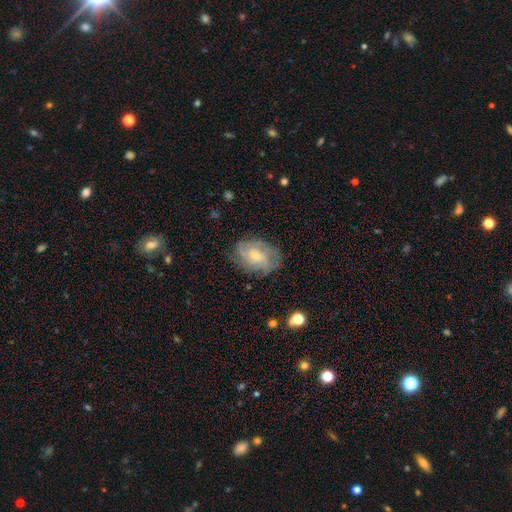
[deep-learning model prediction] smooth_or_featured: featured or disk (p=0.70) [alt: smooth p=0.22]
disk_edge_on: no (p=0.96) [alt: yes p=0.04]
bar: no (p=0.63) [alt: weak p=0.32]
has_spiral_arms: yes (p=0.90) [alt: no p=0.10]
spiral_winding: tight (p=0.54) [alt: medium p=0.34]
spiral_arm_count: can't tell (p=0.38) [alt: 3 p=0.21]
bulge_size: small (p=0.51) [alt: moderate p=0.44]
merging: none (p=0.77) [alt: minor disturbance p=0.17]